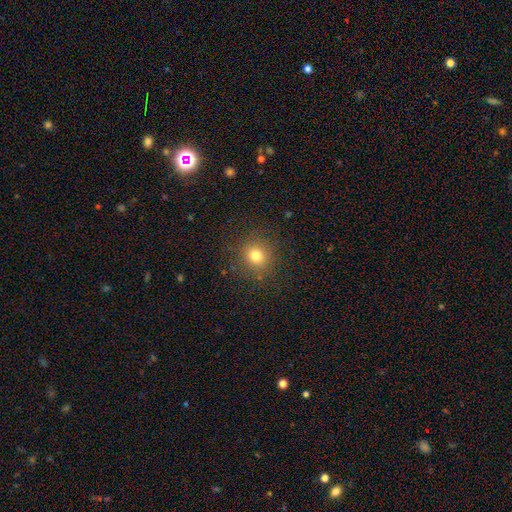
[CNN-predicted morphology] smooth-or-featured: smooth: 76% | star or artifact: 16% | featured or disk: 8%
  how-rounded: round: 89% | in between: 10% | cigar-shaped: 1%
  merging: none: 87% | minor disturbance: 8% | major disturbance: 4% | merger: 1%